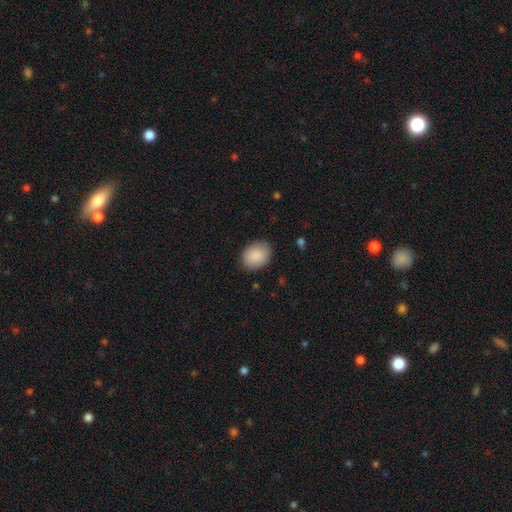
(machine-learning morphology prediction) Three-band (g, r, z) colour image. It shows a smooth galaxy with no disk features (89%) that is in between round and cigar-shaped (63%). Merging: none (86%).